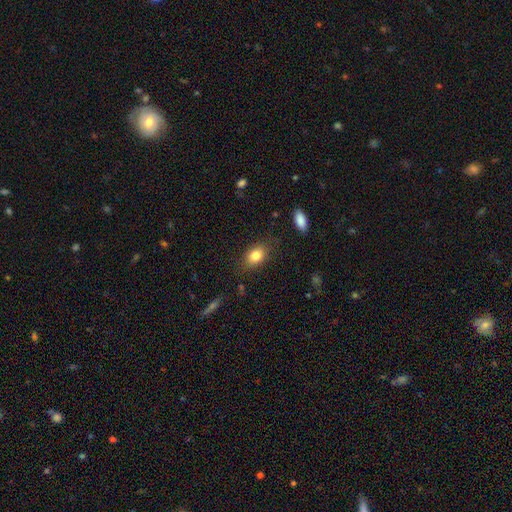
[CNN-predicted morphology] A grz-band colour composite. It shows a smooth galaxy with no disk features (82%) that is in between round and cigar-shaped (78%). Merging: none (79%).